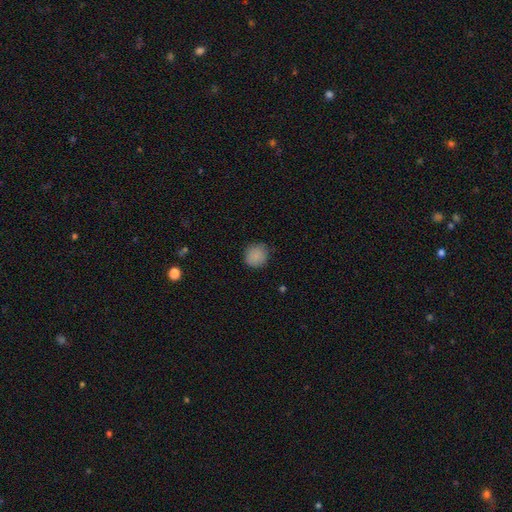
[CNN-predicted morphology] This appears to be a smooth galaxy with no disk features (86%) that is round (88%). Merging: none (81%).